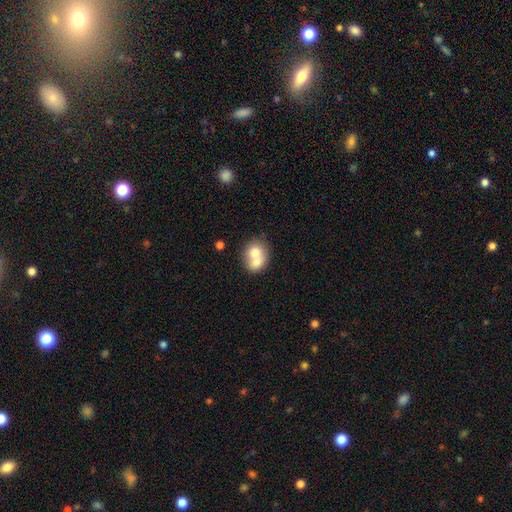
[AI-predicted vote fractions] smooth 69%, featured or disk 23%, star or artifact 8%. Down the decision tree: how rounded — round (61%); merging — merger (64%).